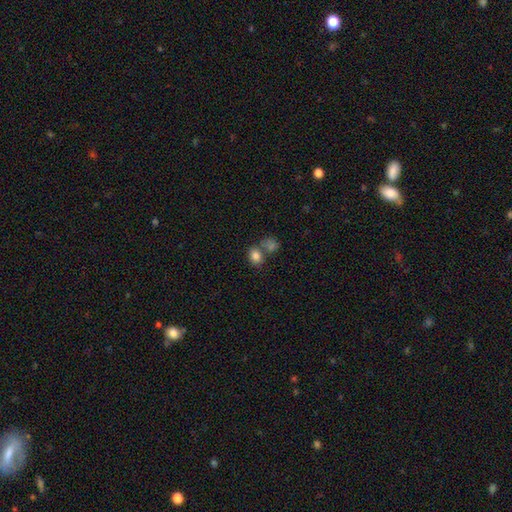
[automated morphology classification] smooth_or_featured: smooth (p=0.82) [alt: star or artifact p=0.11]
how_rounded: in between (p=0.58) [alt: round p=0.41]
merging: none (p=0.49) [alt: merger p=0.36]